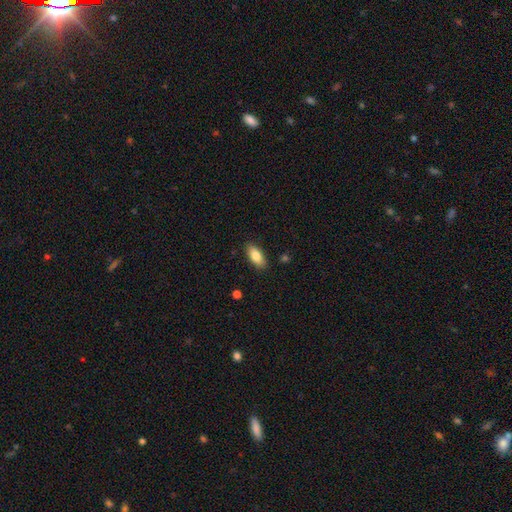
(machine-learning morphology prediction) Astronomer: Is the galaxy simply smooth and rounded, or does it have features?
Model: smooth — 84%.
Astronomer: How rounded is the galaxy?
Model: in between — 88%.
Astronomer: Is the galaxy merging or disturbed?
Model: none — 87%.